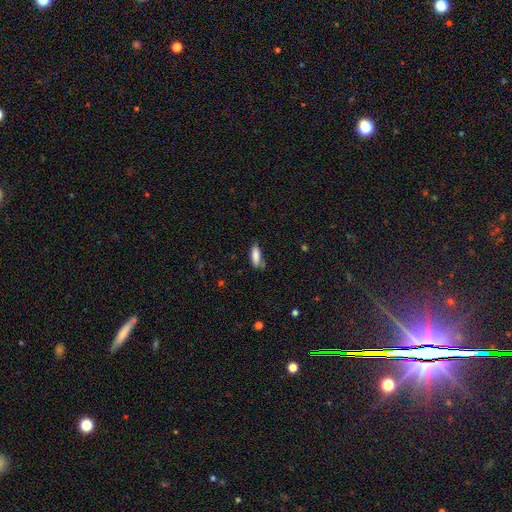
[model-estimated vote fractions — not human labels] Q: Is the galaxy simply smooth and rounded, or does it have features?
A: smooth — 85%.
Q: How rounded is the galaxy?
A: in between — 60%.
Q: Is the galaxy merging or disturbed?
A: none — 66%.